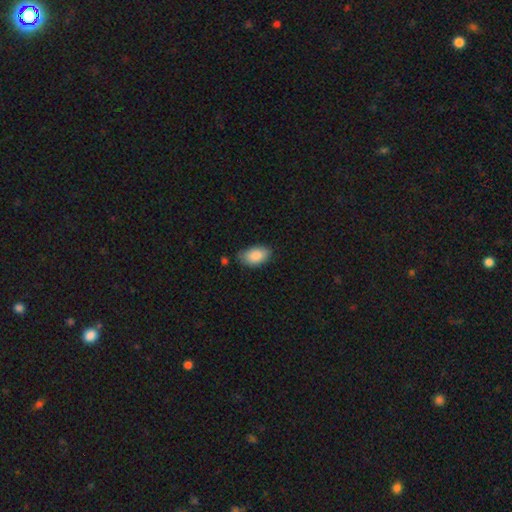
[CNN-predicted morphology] The model was most divided on "merging": none: 70%, minor disturbance: 23%, major disturbance: 4%, merger: 3%. More confident: how rounded — in between (94%); smooth or featured — smooth (88%).